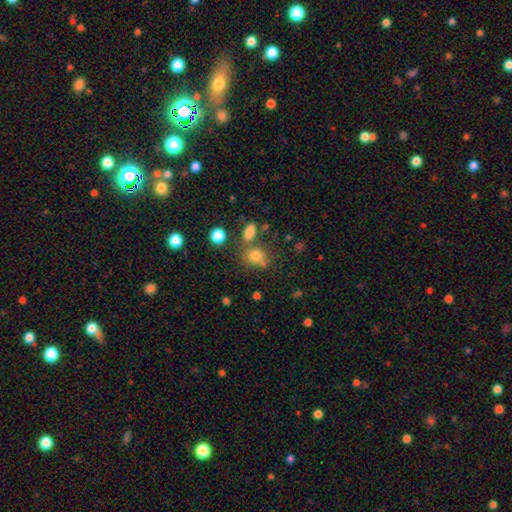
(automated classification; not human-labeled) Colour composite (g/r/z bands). It shows a smooth galaxy with no disk features (75%) that is round (57%). Merging: none (56%).